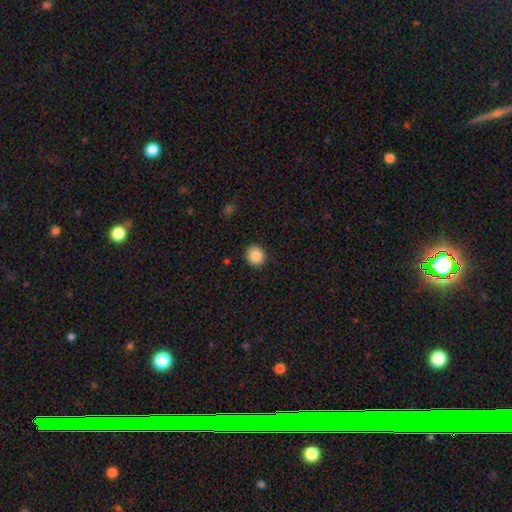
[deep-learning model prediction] A smooth galaxy with no disk features (87%) that is round (92%).

Vote fractions:
- Smooth or featured? smooth: 87% / star or artifact: 9% / featured or disk: 4%
- How rounded? round: 92% / in between: 7% / cigar-shaped: 1%
- Merging? none: 91% / minor disturbance: 6% / major disturbance: 2% / merger: 1%